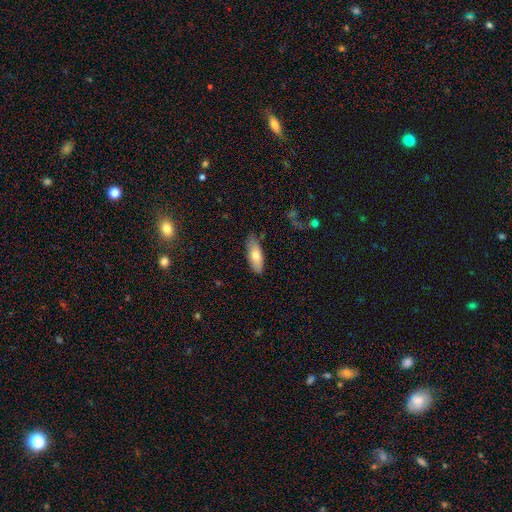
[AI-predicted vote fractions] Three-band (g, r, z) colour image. It shows a smooth galaxy with no disk features (74%) that is in between round and cigar-shaped (73%). Merging: none (77%).